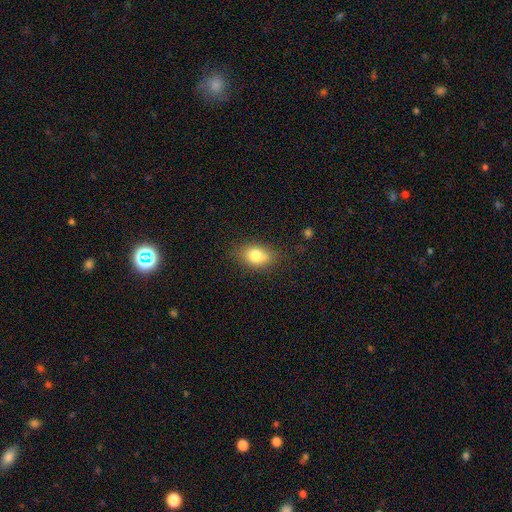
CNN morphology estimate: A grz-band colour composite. It shows a smooth galaxy with no disk features (81%) that is in between round and cigar-shaped (78%). Merging: none (73%).